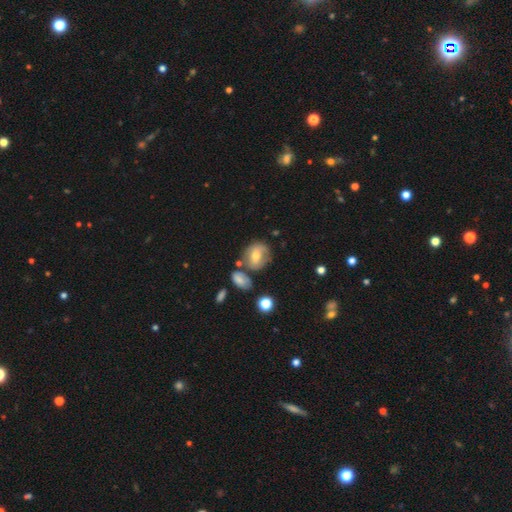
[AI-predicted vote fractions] Smooth or featured? smooth (54%)
How rounded? round (62%)
Merging? none (58%)